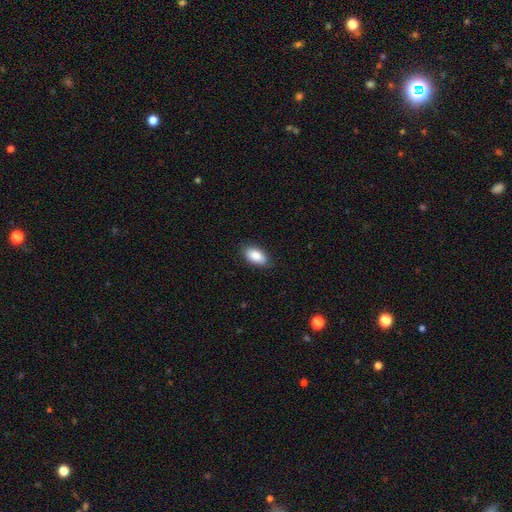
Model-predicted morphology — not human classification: type=smooth (88%); roundness=in between (93%); merging=none (84%).